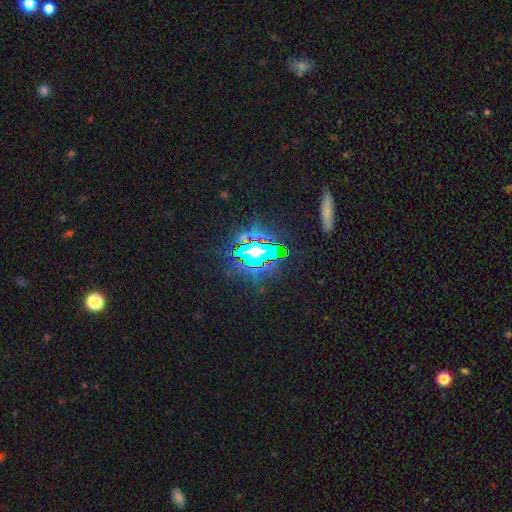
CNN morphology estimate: This appears to be a star or artifact, not a galaxy (74%).